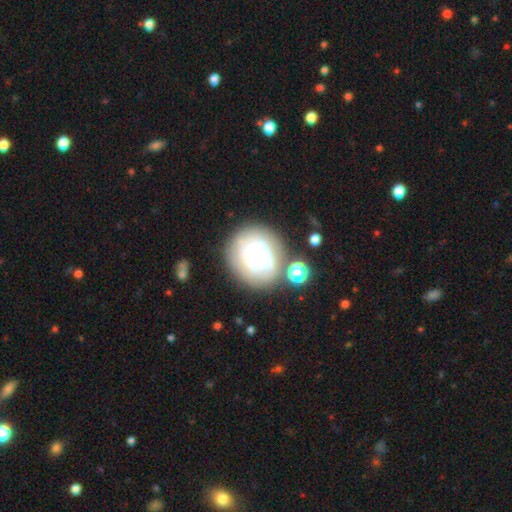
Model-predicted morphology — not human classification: Smooth or featured?
  - featured or disk: 49% *
  - smooth: 42%
  - star or artifact: 10%
Merging?
  - none: 62% *
  - minor disturbance: 16%
  - merger: 11%
  - major disturbance: 10%